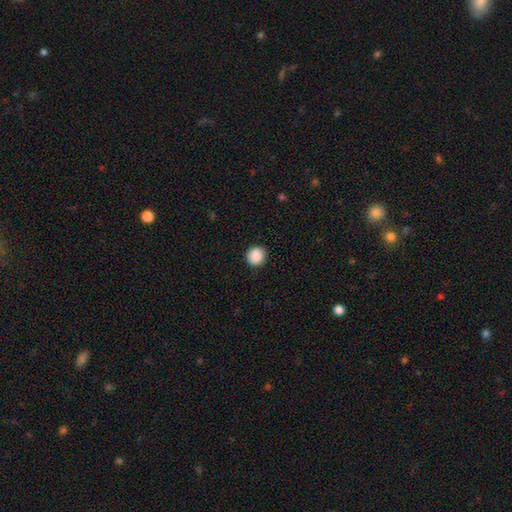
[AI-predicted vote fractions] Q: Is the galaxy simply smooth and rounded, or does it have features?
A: smooth — 89%.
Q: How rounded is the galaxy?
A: round — 94%.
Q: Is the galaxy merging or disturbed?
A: none — 91%.